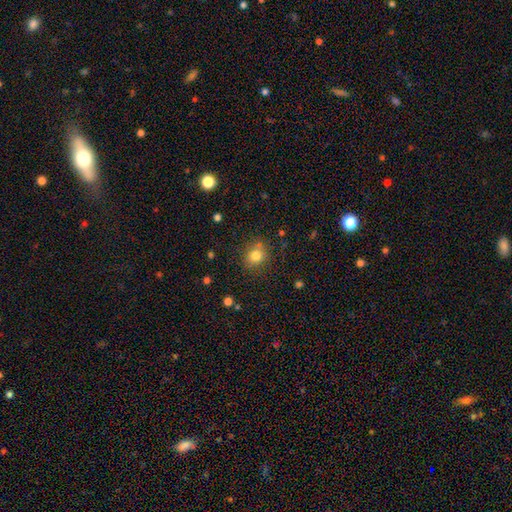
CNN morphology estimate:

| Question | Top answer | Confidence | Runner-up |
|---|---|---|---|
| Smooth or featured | smooth | 79% | star or artifact (12%) |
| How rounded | round | 74% | in between (25%) |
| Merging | none | 77% | minor disturbance (14%) |